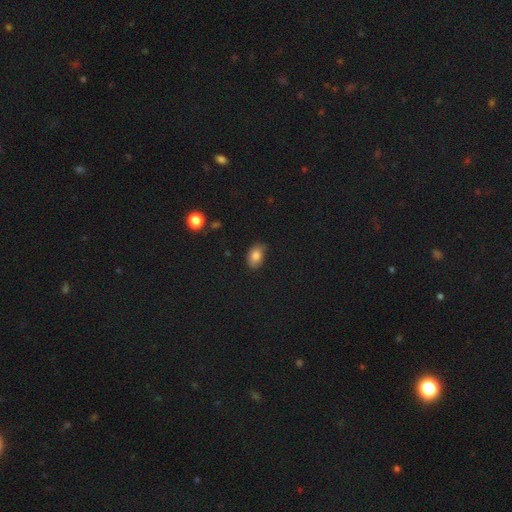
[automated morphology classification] Smooth or featured? Predicted: smooth (p=0.83). How rounded? Predicted: in between (p=0.83). Merging? Predicted: none (p=0.71).